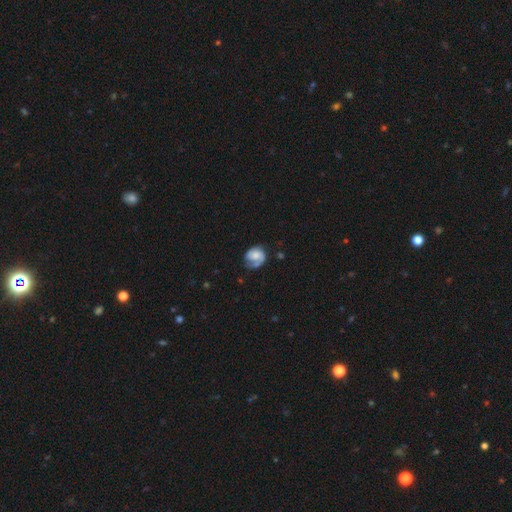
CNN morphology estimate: A featured or disk galaxy (59%) with no bar (69%), spiral arms (85%) and a moderate central bulge (36%, tied with small). Merging: none (48%).